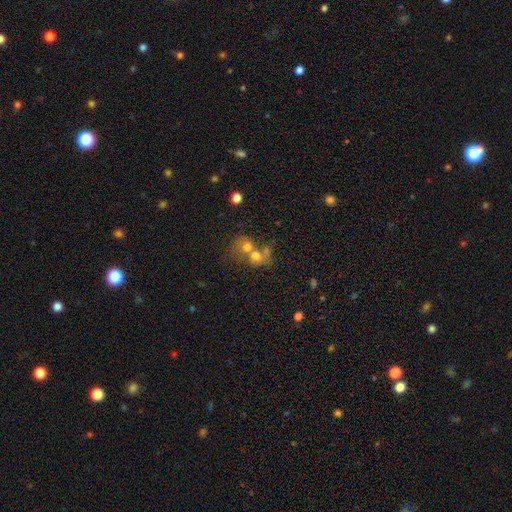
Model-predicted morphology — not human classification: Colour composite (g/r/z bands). It shows a smooth galaxy with no disk features (63%) that is round (69%). Merging: merger (65%).